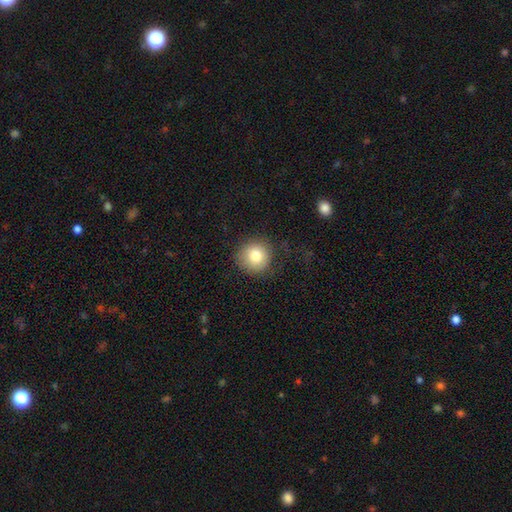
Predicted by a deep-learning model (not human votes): This appears to be a smooth galaxy with no disk features (80%) that is round (93%). Merging: none (82%).